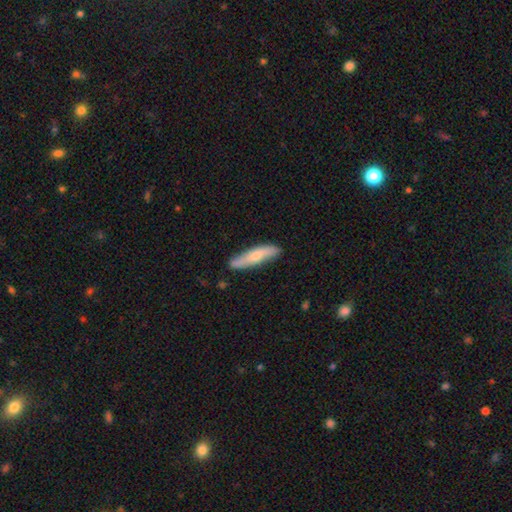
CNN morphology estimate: Overall: smooth (62%; featured or disk 33%). How rounded: cigar-shaped (80%). Merging: none (82%).